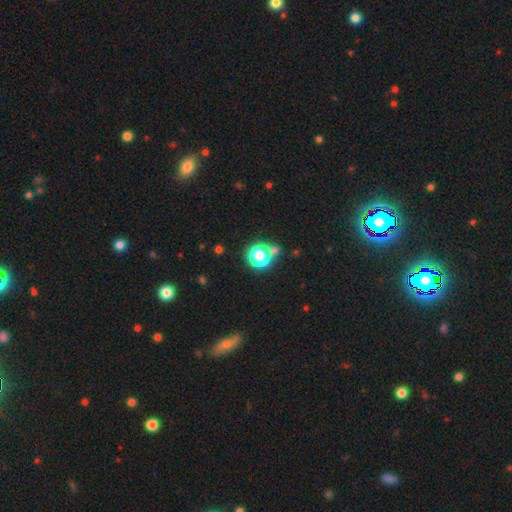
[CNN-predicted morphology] This appears to be a smooth galaxy with no disk features (59%) that is round (86%). Merging: none (62%).